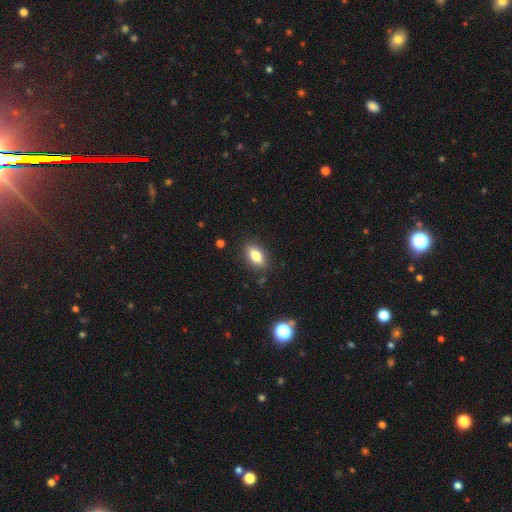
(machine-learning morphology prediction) Smooth or featured: smooth — 78% (featured or disk — 13%)
How rounded: in between — 84% (cigar-shaped — 9%)
Merging: none — 86% (minor disturbance — 10%)